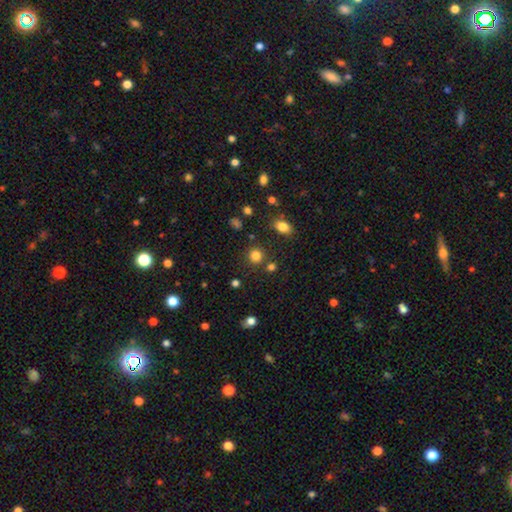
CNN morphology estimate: smooth 81%, star or artifact 14%, featured or disk 5%. Down the decision tree: how rounded — round (89%); merging — none (82%).